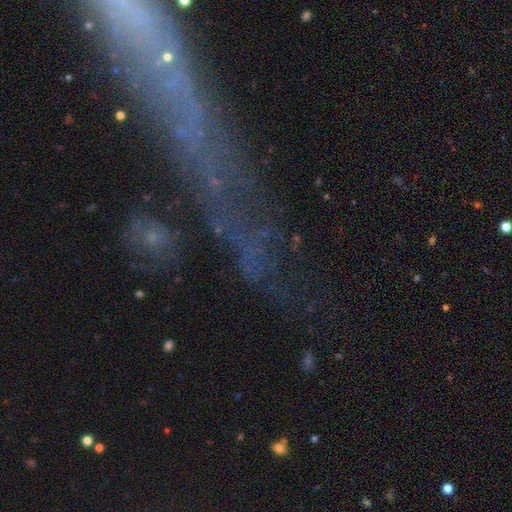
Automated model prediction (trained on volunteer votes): This appears to be a star or artifact, not a galaxy (49%).